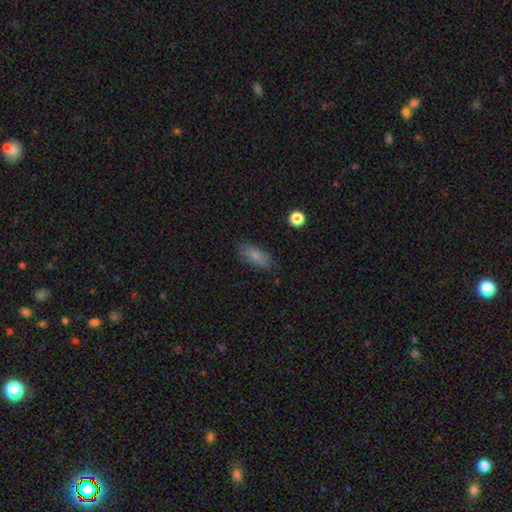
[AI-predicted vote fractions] Morphology: type=smooth (80%); roundness=in between (79%); merging=none (81%).